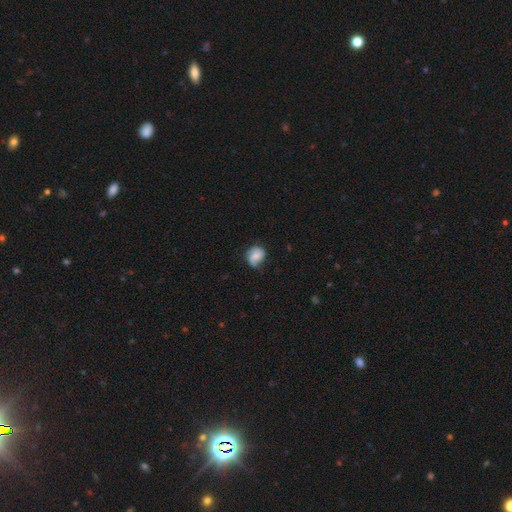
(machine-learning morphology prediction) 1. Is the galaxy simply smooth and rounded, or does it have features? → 50% smooth, 42% featured or disk, 8% star or artifact.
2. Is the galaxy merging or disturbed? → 58% none, 30% minor disturbance, 10% major disturbance, 2% merger.